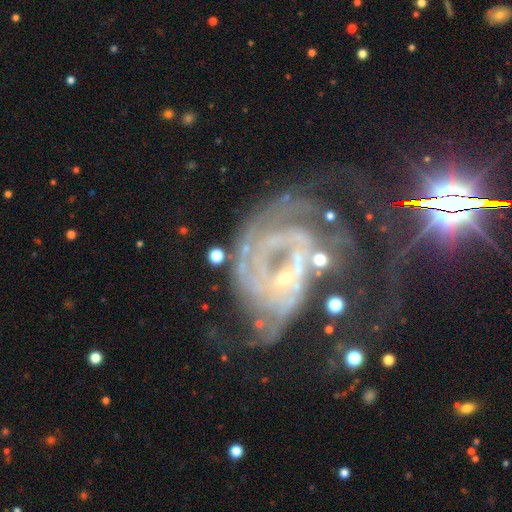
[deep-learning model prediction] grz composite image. It shows a featured or disk galaxy (82%) with no bar (55%), tight (40%) spiral arms (84%) and a small central bulge (72%). Merging: major disturbance (41%).